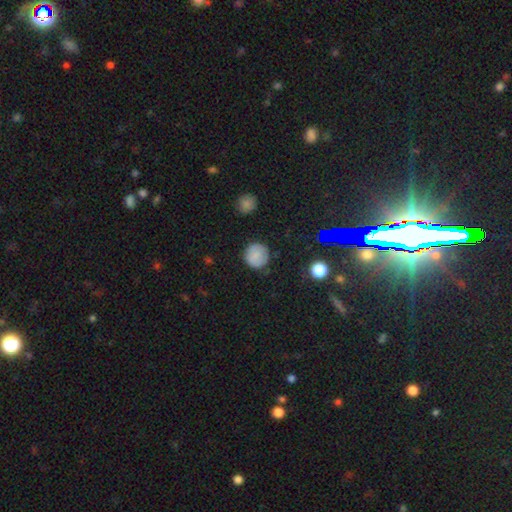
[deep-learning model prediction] Smooth or featured?
  - smooth: 82% *
  - star or artifact: 10%
  - featured or disk: 8%
How rounded?
  - round: 94% *
  - in between: 5%
  - cigar-shaped: 1%
Merging?
  - none: 84% *
  - minor disturbance: 12%
  - major disturbance: 3%
  - merger: 1%